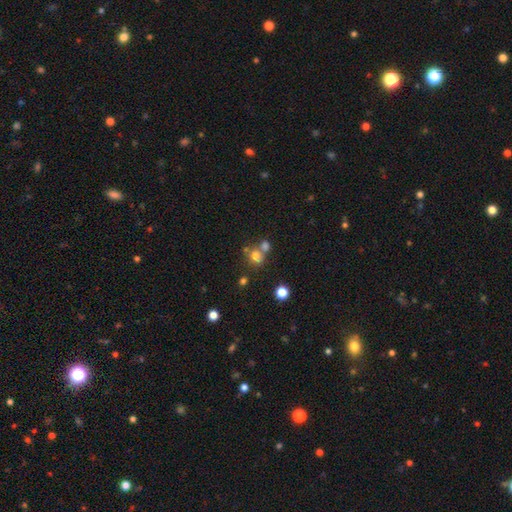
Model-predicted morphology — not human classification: Smooth or featured: smooth — 70% (star or artifact — 17%)
How rounded: round — 79% (in between — 20%)
Merging: none — 46% (merger — 40%)